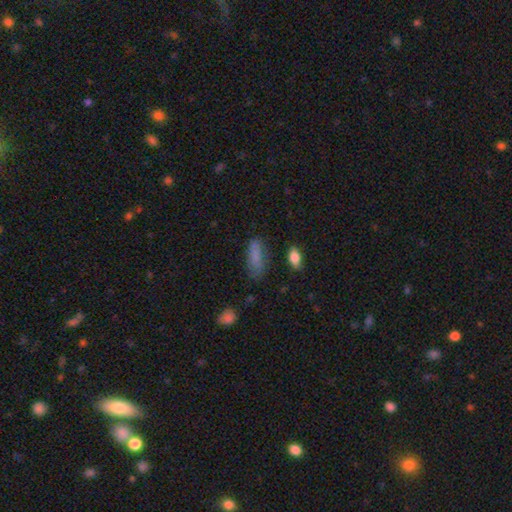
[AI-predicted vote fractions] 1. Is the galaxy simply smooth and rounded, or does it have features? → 81% smooth, 10% star or artifact, 10% featured or disk.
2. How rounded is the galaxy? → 65% in between, 32% cigar-shaped, 3% round.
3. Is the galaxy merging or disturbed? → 66% none, 23% minor disturbance, 7% major disturbance, 3% merger.